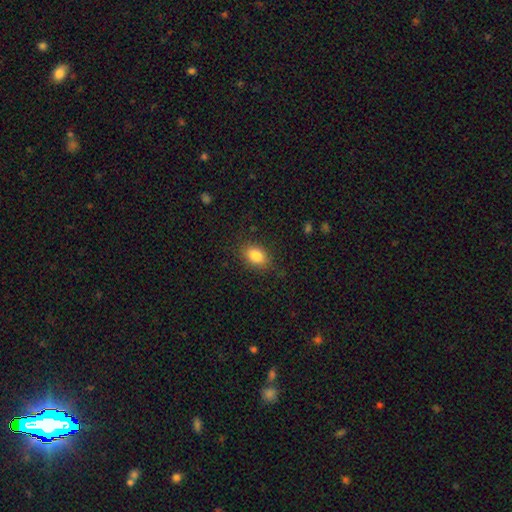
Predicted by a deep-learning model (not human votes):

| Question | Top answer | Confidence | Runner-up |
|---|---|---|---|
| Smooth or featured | smooth | 84% | star or artifact (9%) |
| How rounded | in between | 77% | round (22%) |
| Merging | none | 85% | minor disturbance (11%) |